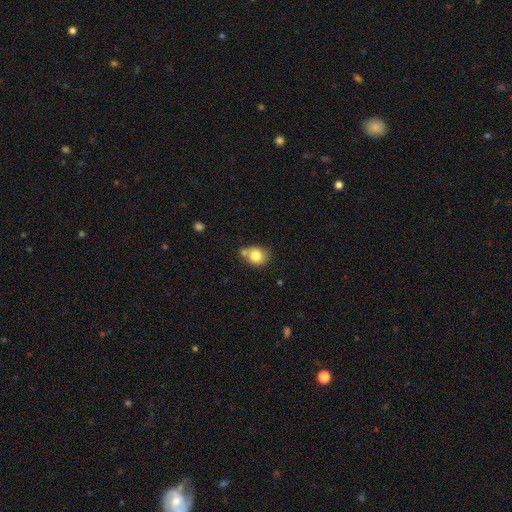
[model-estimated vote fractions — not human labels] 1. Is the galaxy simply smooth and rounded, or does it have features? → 79% smooth, 11% featured or disk, 10% star or artifact.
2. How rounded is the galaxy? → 63% round, 36% in between, 1% cigar-shaped.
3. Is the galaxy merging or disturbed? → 53% none, 23% merger, 19% minor disturbance, 5% major disturbance.